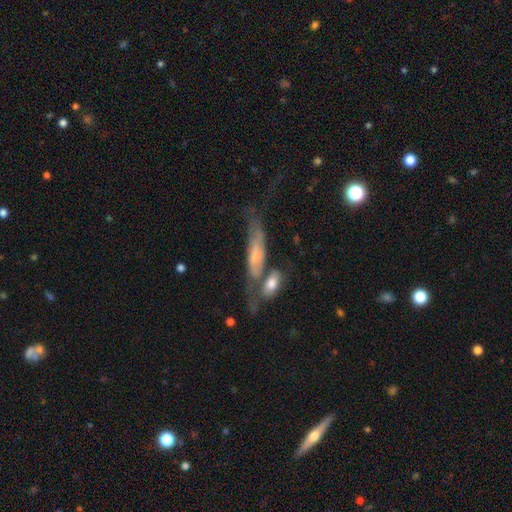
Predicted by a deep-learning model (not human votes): featured or disk 47%, smooth 46%, star or artifact 7%. Down the decision tree: merging — merger (38%).